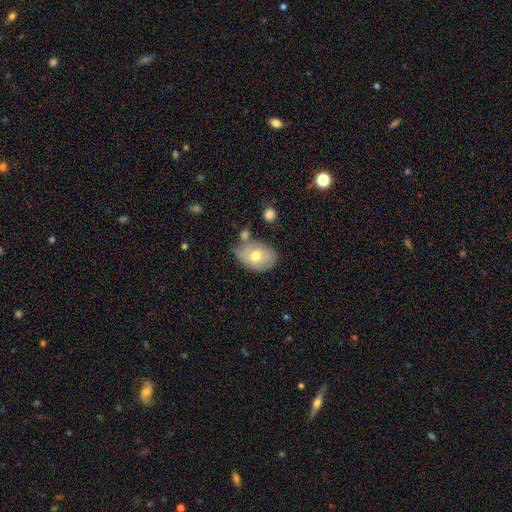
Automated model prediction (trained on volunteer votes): smooth_or_featured: smooth (p=0.60) [alt: featured or disk p=0.33]
how_rounded: in between (p=0.79) [alt: round p=0.20]
merging: none (p=0.52) [alt: minor disturbance p=0.27]